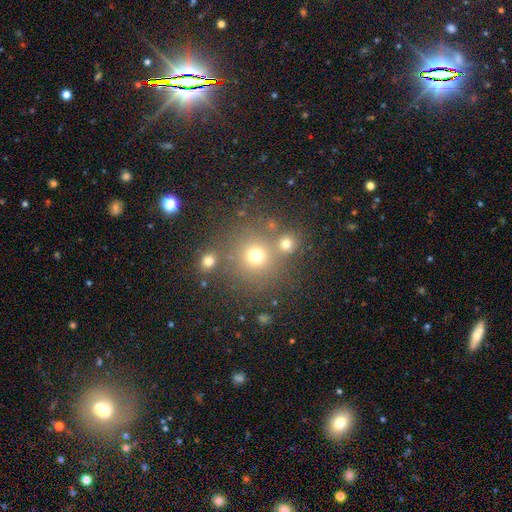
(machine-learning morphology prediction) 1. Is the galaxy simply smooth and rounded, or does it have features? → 70% smooth, 20% star or artifact, 9% featured or disk.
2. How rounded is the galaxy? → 89% round, 10% in between, 1% cigar-shaped.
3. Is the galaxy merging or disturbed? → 66% none, 22% merger, 9% minor disturbance, 4% major disturbance.